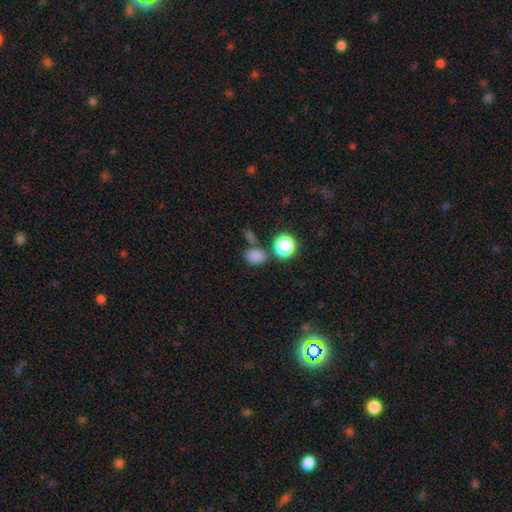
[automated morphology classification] The model was most divided on "how rounded": in between: 60%, round: 39%, cigar-shaped: 1%. More confident: smooth or featured — smooth (78%); merging — none (66%).